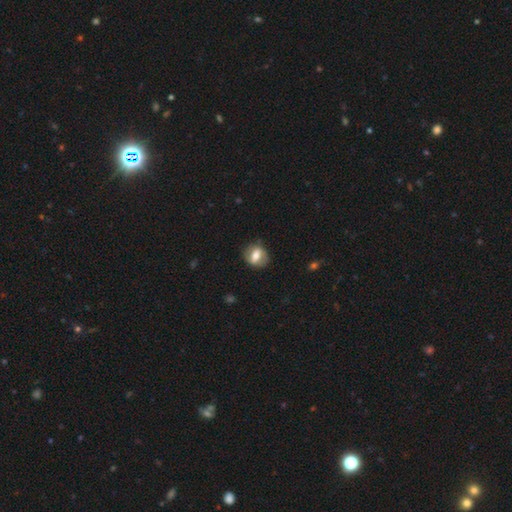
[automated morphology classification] type=smooth (51%); roundness=round (54%); merging=none (79%).